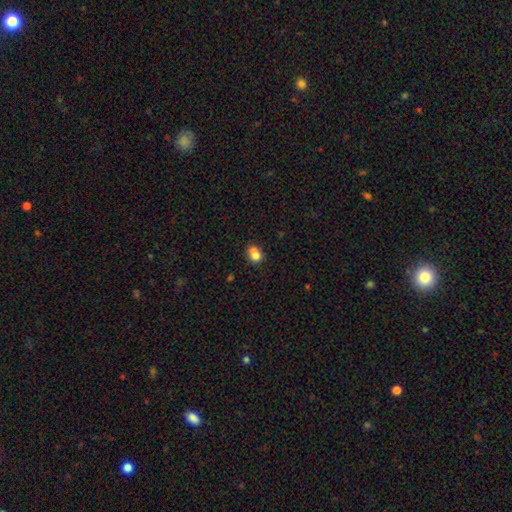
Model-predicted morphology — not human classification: type=smooth (74%); roundness=round (64%); merging=merger (46%).